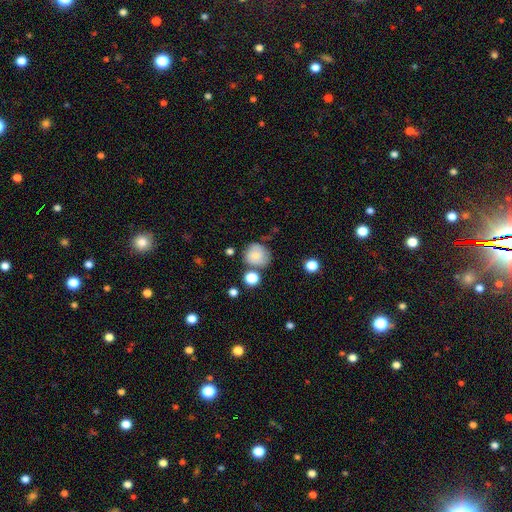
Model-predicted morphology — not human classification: A smooth galaxy with no disk features (68%) that is round (83%).

Vote fractions:
- Smooth or featured? smooth: 68% / featured or disk: 21% / star or artifact: 10%
- How rounded? round: 83% / in between: 16% / cigar-shaped: 1%
- Merging? none: 63% / minor disturbance: 20% / merger: 10% / major disturbance: 6%